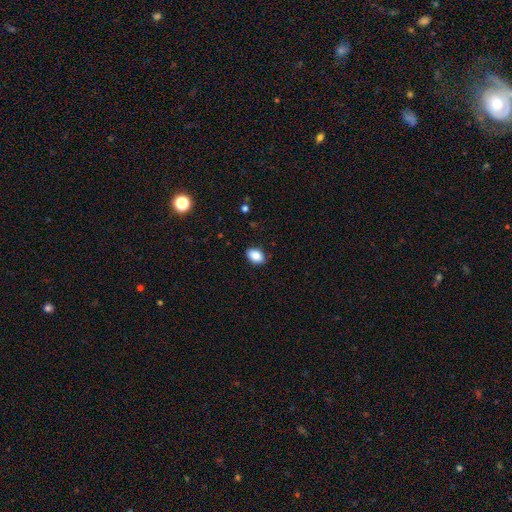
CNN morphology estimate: Smooth or featured? Predicted: smooth (p=0.87). How rounded? Predicted: in between (p=0.85). Merging? Predicted: none (p=0.85).